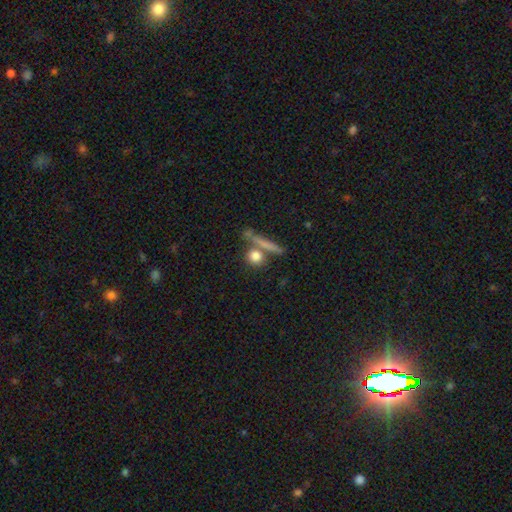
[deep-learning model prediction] A smooth galaxy with no disk features (76%) that is round (72%). Merging: none (64%).